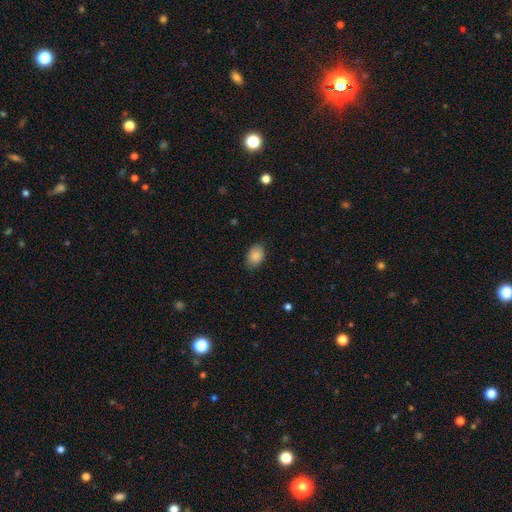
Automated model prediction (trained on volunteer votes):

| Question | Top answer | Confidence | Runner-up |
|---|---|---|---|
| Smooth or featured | smooth | 88% | star or artifact (7%) |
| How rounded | in between | 82% | round (17%) |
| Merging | none | 83% | minor disturbance (13%) |